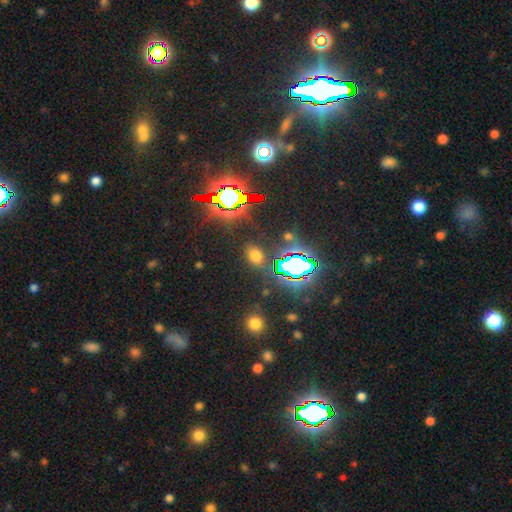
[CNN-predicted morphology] Overall: smooth (51%; star or artifact 42%). How rounded: in between (67%; round 30%). Merging: none (84%).